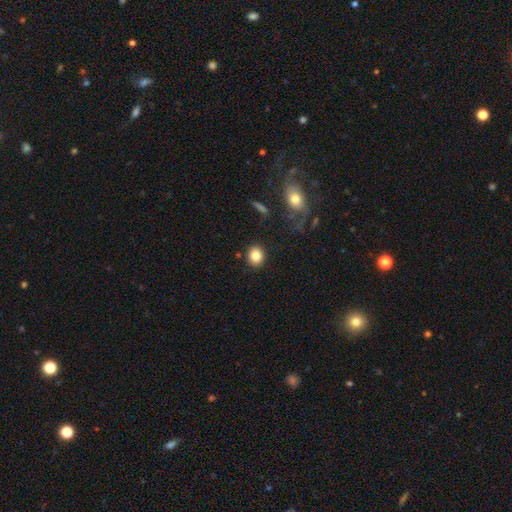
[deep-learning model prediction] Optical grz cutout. It shows a smooth galaxy with no disk features (83%) that is round (63%). Merging: none (88%).